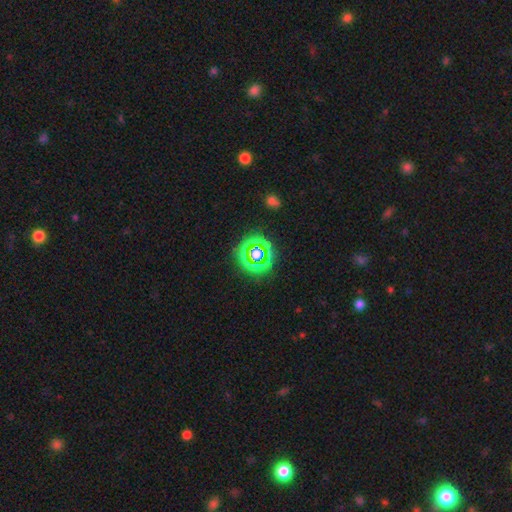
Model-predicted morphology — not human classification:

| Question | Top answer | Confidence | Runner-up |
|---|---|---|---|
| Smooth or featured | star or artifact | 59% | smooth (33%) |